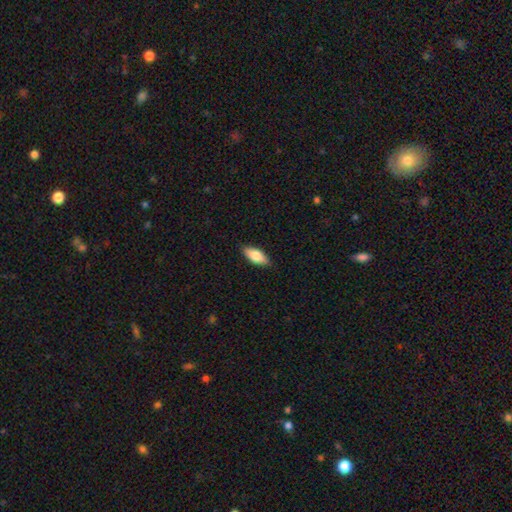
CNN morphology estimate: A smooth galaxy with no disk features (77%) that is in between round and cigar-shaped (82%).

Vote fractions:
- Smooth or featured? smooth: 77% / featured or disk: 17% / star or artifact: 6%
- How rounded? in between: 82% / cigar-shaped: 15% / round: 2%
- Merging? none: 88% / minor disturbance: 9% / major disturbance: 2% / merger: 1%